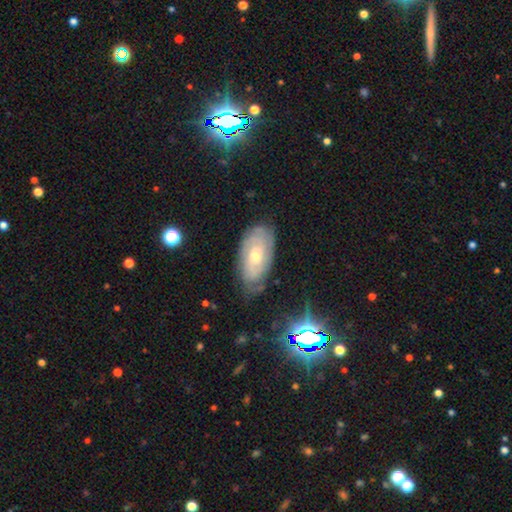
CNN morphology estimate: The model was most divided on "bulge size": moderate: 54%, small: 41%, large: 2%, none: 1%, dominant: 1%. More confident: edge-on disk — no (91%); spiral arms — yes (85%); merging — none (75%); spiral winding — tight (73%); smooth or featured — featured or disk (67%); bar — no (64%); spiral arm count — can't tell (56%).